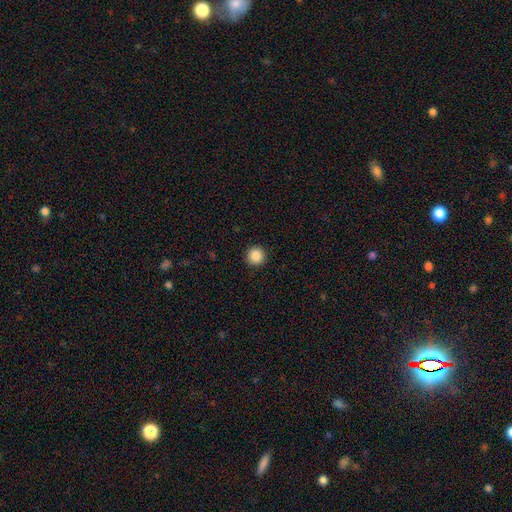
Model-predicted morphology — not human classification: smooth 87%, star or artifact 10%, featured or disk 3%. Down the decision tree: how rounded — round (95%); merging — none (93%).